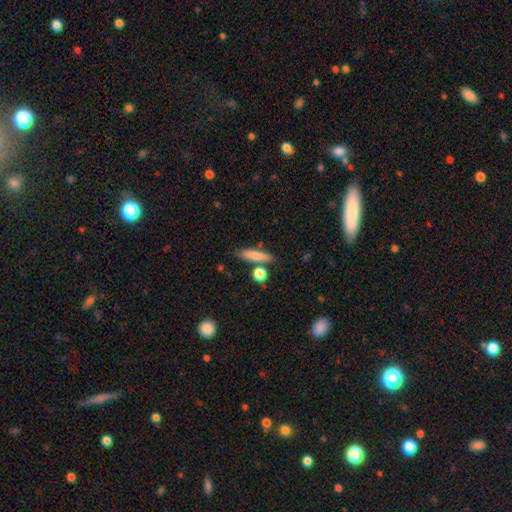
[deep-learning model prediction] Morphology: type=smooth (78%); roundness=cigar-shaped (71%); merging=none (75%).